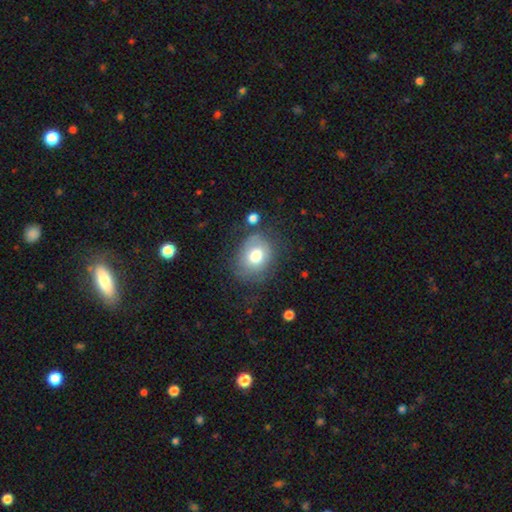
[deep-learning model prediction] The model was most divided on "how rounded": round: 55%, in between: 44%, cigar-shaped: 1%. More confident: smooth or featured — smooth (70%); merging — none (62%).